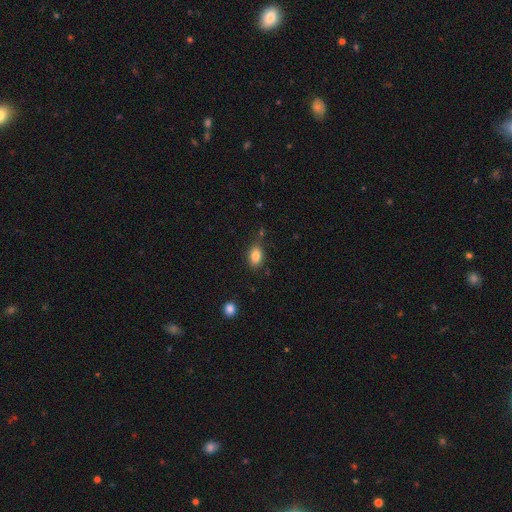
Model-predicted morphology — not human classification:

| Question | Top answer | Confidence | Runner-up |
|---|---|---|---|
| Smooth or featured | smooth | 84% | star or artifact (9%) |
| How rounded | in between | 82% | round (16%) |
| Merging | none | 73% | minor disturbance (18%) |